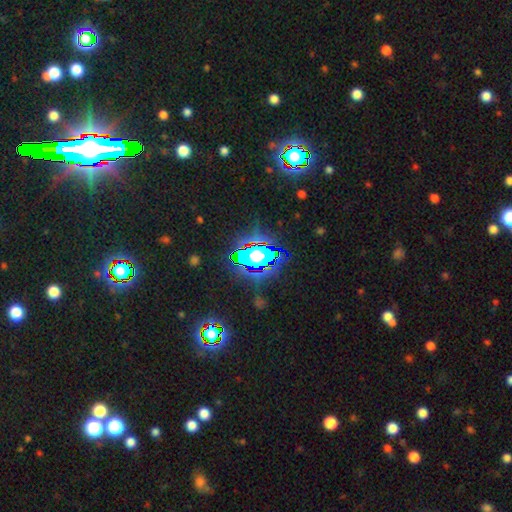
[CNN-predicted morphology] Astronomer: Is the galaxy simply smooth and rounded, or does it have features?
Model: star or artifact — 63%.